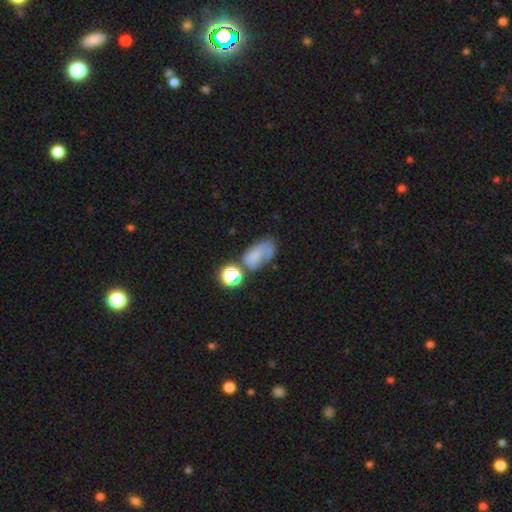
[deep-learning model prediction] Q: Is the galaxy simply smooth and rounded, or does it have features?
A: smooth — 56%.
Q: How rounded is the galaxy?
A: in between — 83%.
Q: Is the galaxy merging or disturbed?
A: none — 37%.